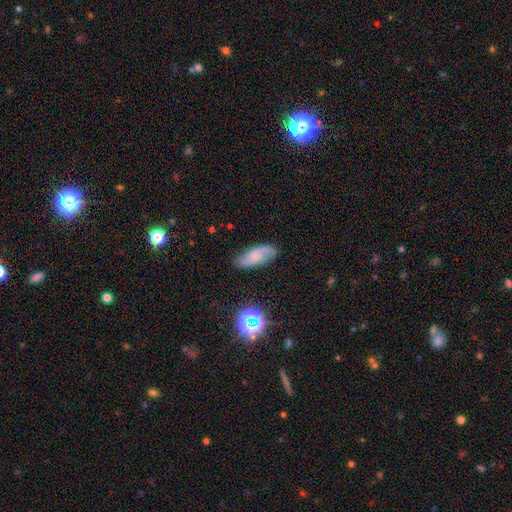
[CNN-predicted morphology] The model was most divided on "smooth or featured": featured or disk: 49%, smooth: 40%, star or artifact: 11%. More confident: merging — none (74%).